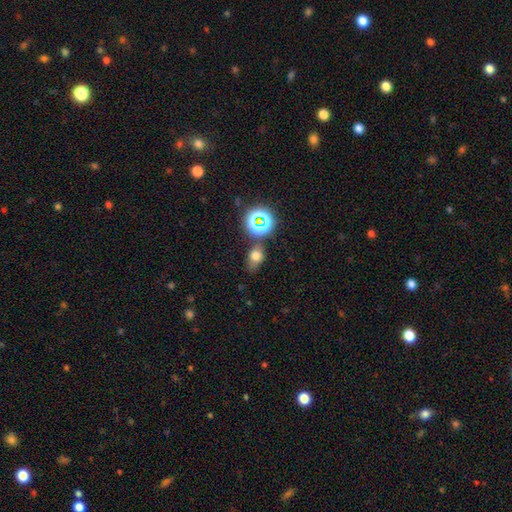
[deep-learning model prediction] A smooth galaxy with no disk features (67%) that is in between round and cigar-shaped (63%).

Vote fractions:
- Smooth or featured? smooth: 67% / star or artifact: 21% / featured or disk: 11%
- How rounded? in between: 63% / round: 35% / cigar-shaped: 2%
- Merging? none: 66% / minor disturbance: 19% / merger: 8% / major disturbance: 6%